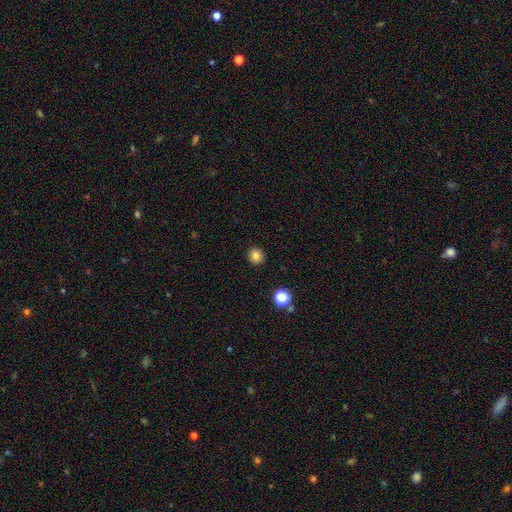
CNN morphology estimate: The model was most divided on "smooth or featured": smooth: 81%, star or artifact: 12%, featured or disk: 7%. More confident: merging — none (92%); how rounded — round (90%).